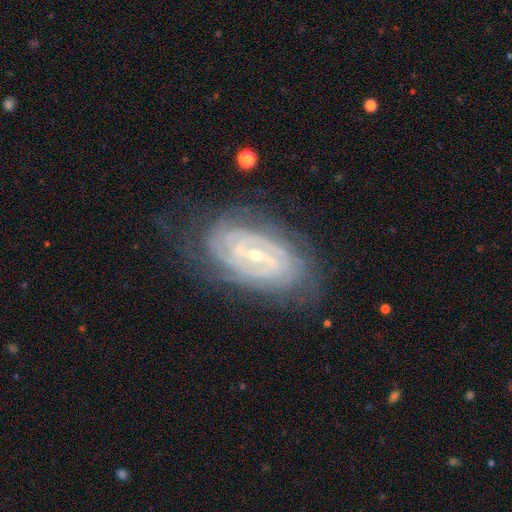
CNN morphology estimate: Overall: featured or disk (89%). Edge-on disk: no (95%). Bar: weak (43%; strong 36%). Spiral arms: yes (97%). Spiral arm count: 2 (36%; can't tell 23%). Spiral winding: tight (78%). Bulge size: small (71%). Merging: none (75%).